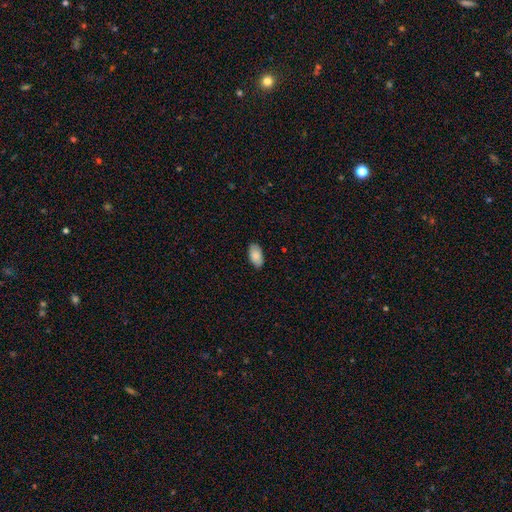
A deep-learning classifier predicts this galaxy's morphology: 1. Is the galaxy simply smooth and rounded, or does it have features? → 86% smooth, 8% featured or disk, 6% star or artifact.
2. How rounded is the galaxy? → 95% in between, 3% round, 2% cigar-shaped.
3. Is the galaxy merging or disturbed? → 86% none, 11% minor disturbance, 2% major disturbance, 1% merger.